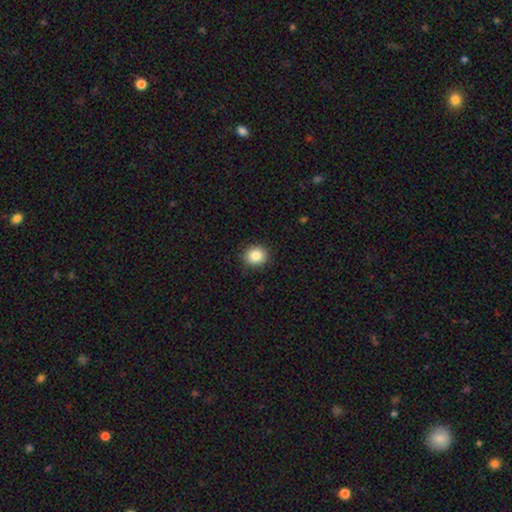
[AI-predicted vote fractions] A smooth galaxy with no disk features (85%) that is round (78%). Merging: none (90%).